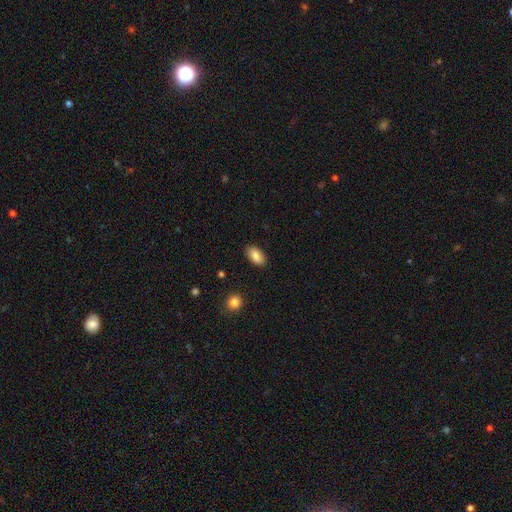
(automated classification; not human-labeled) This is clearly a smooth galaxy (84%). How rounded: clearly in between (93%). Merging: clearly none (87%).